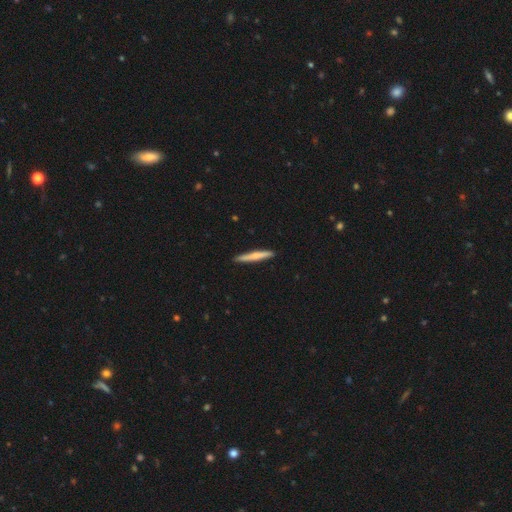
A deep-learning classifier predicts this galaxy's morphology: Smooth or featured?
  - smooth: 57% *
  - featured or disk: 38%
  - star or artifact: 5%
How rounded?
  - cigar-shaped: 95% *
  - in between: 4%
  - round: 1%
Merging?
  - none: 91% *
  - minor disturbance: 6%
  - major disturbance: 1%
  - merger: 1%